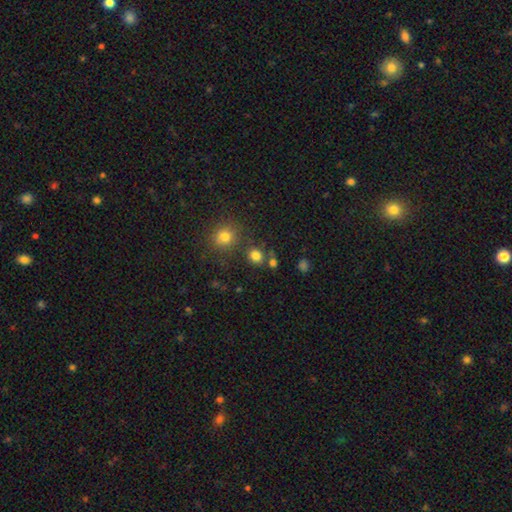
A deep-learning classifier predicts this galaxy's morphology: Overall: smooth (79%). How rounded: round (74%). Merging: none (73%).